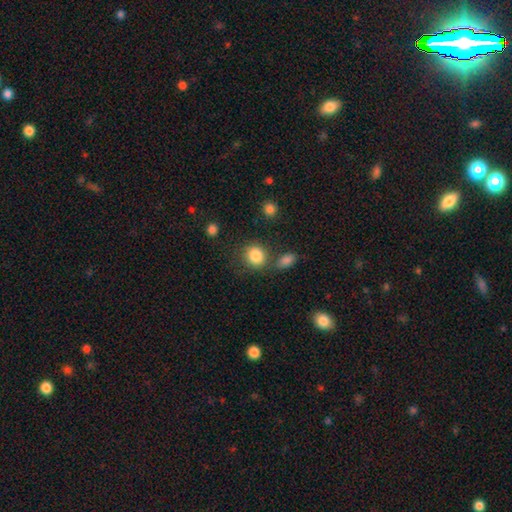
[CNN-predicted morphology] This appears to be a smooth galaxy with no disk features (85%) that is round (79%). Merging: none (70%).